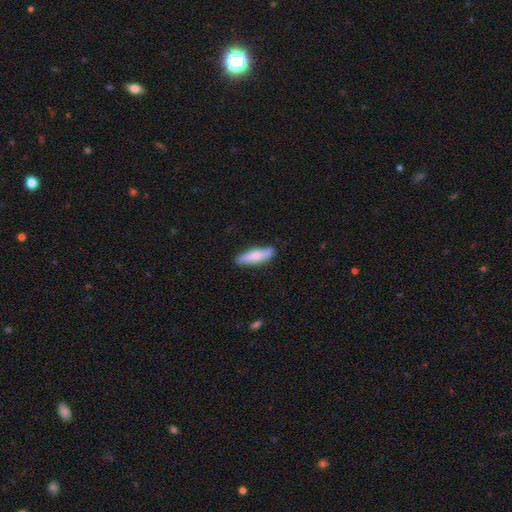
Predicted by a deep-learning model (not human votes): Smooth or featured?
  - smooth: 64% *
  - featured or disk: 31%
  - star or artifact: 6%
How rounded?
  - cigar-shaped: 58% *
  - in between: 40%
  - round: 2%
Merging?
  - none: 78% *
  - minor disturbance: 17%
  - major disturbance: 3%
  - merger: 2%